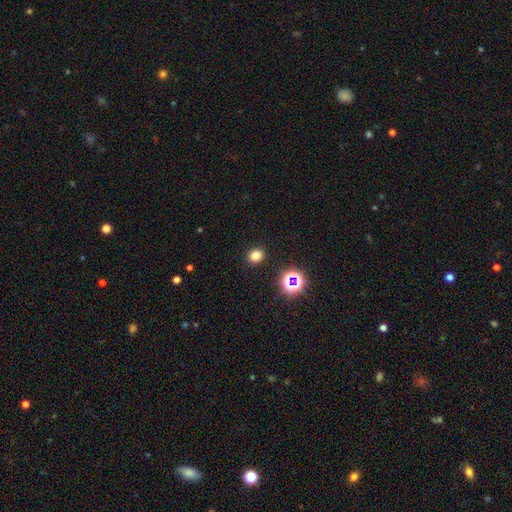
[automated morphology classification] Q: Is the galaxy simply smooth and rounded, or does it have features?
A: smooth — 75%.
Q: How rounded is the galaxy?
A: round — 58%.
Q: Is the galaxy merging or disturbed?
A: none — 90%.